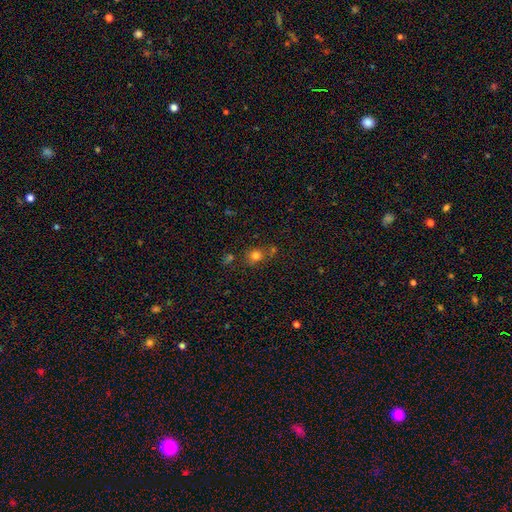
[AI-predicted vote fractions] Smooth or featured: smooth — 75% (star or artifact — 16%)
How rounded: round — 75% (in between — 24%)
Merging: none — 61% (merger — 17%)